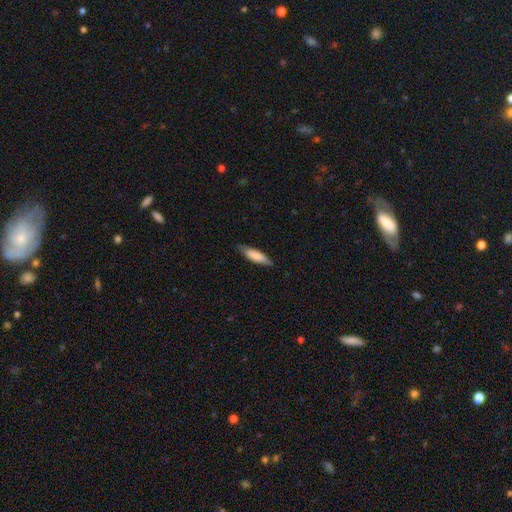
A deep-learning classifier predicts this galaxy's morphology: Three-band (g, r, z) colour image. It shows a smooth galaxy with no disk features (76%) that is cigar-shaped (64%). Merging: none (79%).